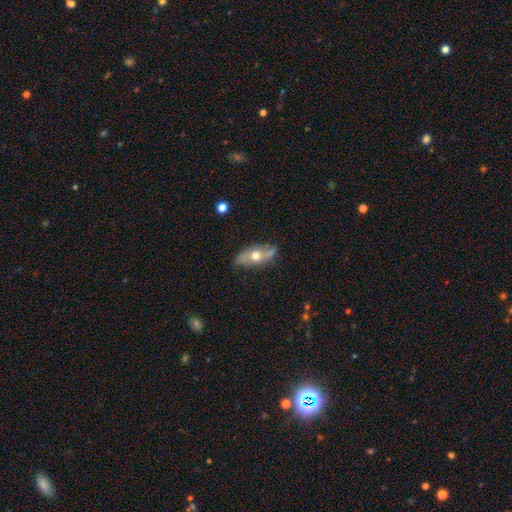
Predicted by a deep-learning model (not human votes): This is possibly a featured or disk galaxy (57%). It is possibly not viewed edge-on (59%). Merging: likely none (75%).